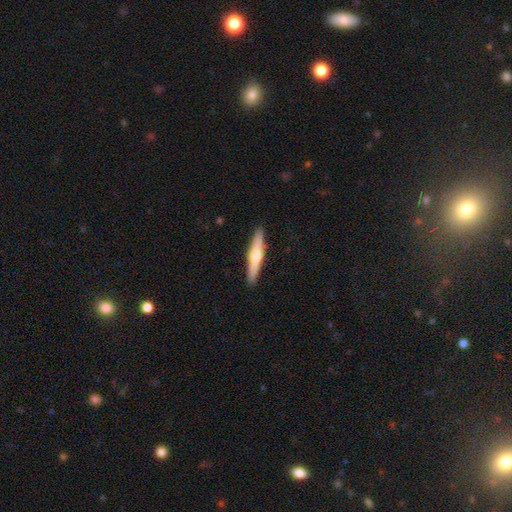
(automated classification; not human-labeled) Smooth or featured? featured or disk (52%)
Edge-on disk? yes (95%)
Merging? none (91%)